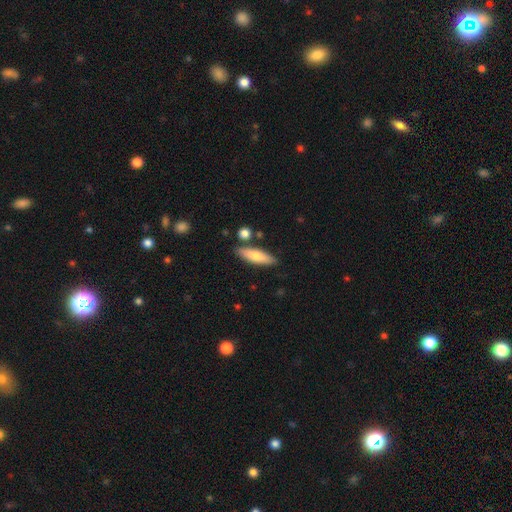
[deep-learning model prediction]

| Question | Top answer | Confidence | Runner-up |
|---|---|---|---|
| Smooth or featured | smooth | 71% | featured or disk (24%) |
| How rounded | cigar-shaped | 62% | in between (36%) |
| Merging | none | 82% | minor disturbance (10%) |